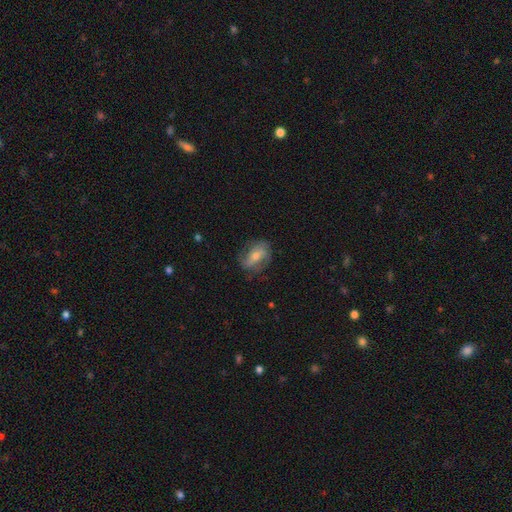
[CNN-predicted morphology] Smooth or featured: featured or disk — 53% (smooth — 40%)
Edge-on disk: no — 93% (yes — 7%)
Merging: none — 66% (minor disturbance — 22%)